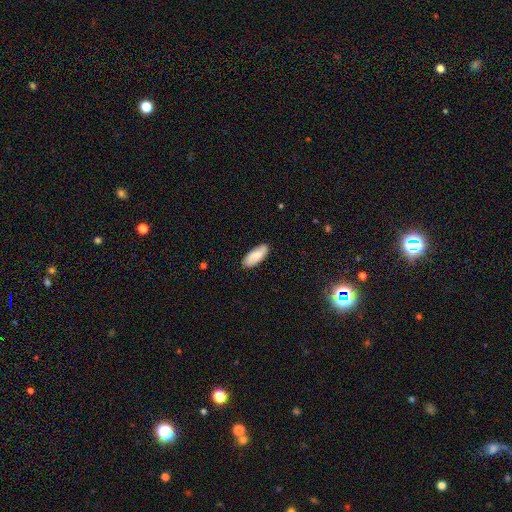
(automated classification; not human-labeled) Smooth or featured? Predicted: smooth (p=0.74). How rounded? Predicted: in between (p=0.81). Merging? Predicted: none (p=0.87).